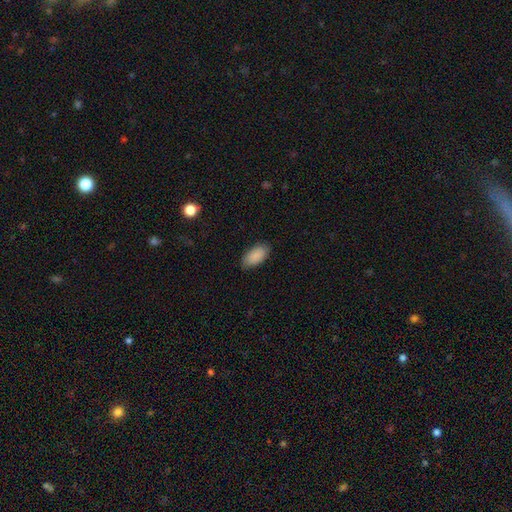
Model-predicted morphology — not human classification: This is clearly a smooth galaxy (89%). How rounded: clearly in between (94%). Merging: clearly none (83%).